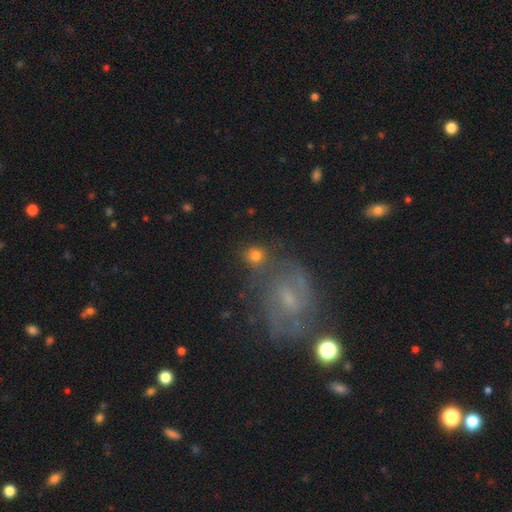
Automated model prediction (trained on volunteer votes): Smooth or featured: smooth — 59% (featured or disk — 26%)
How rounded: round — 82% (in between — 17%)
Merging: none — 69% (merger — 14%)